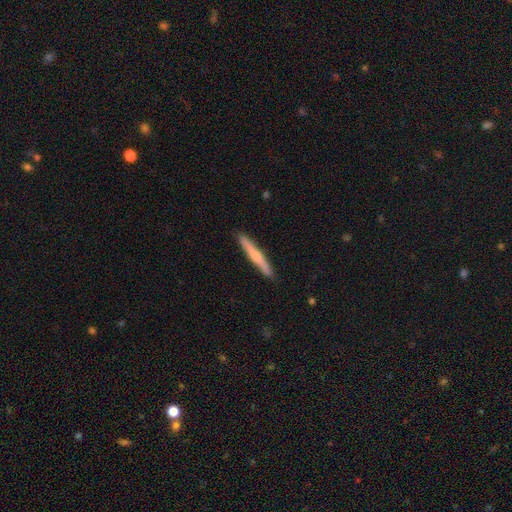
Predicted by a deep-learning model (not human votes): Overall: smooth (56%; featured or disk 38%). How rounded: cigar-shaped (96%). Merging: none (90%).